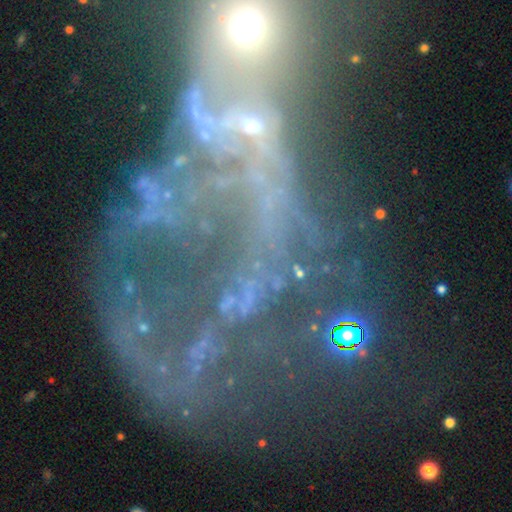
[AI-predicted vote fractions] A featured or disk galaxy (51%).

Vote fractions:
- Smooth or featured? featured or disk: 51% / star or artifact: 38% / smooth: 11%
- Edge-on disk? no: 93% / yes: 7%
- Merging? none: 41% / major disturbance: 30% / minor disturbance: 16% / merger: 13%